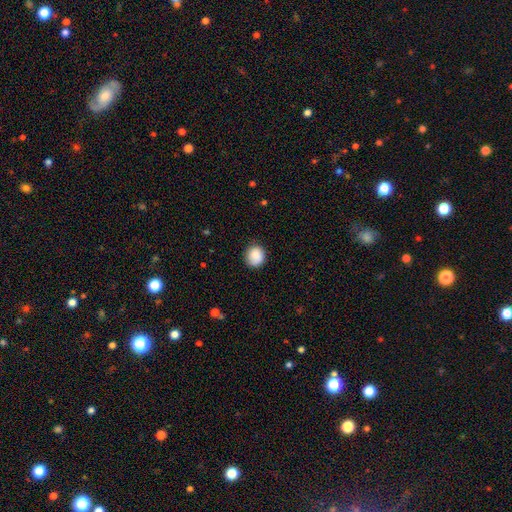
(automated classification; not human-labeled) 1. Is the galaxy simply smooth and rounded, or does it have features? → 88% smooth, 8% star or artifact, 4% featured or disk.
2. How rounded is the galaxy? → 81% round, 18% in between, 1% cigar-shaped.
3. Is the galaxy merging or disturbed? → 81% none, 15% minor disturbance, 3% major disturbance, 1% merger.